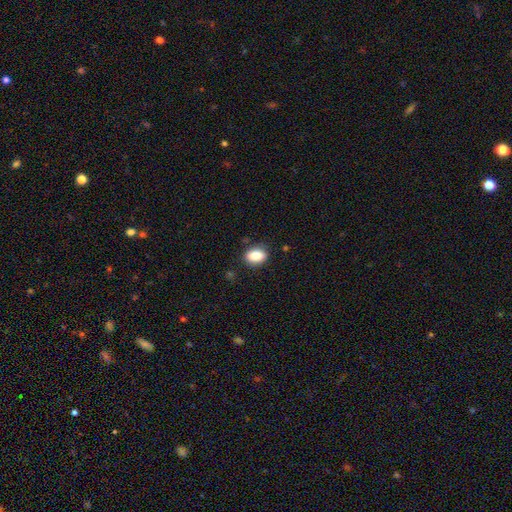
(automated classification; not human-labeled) Smooth or featured? smooth (86%)
How rounded? in between (81%)
Merging? none (83%)